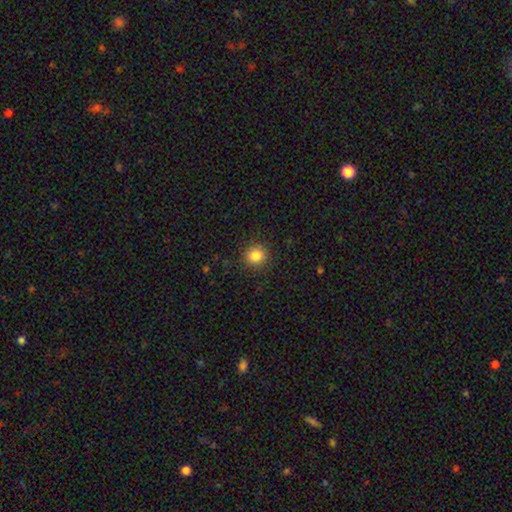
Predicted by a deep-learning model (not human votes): Smooth or featured?
  - smooth: 85% *
  - star or artifact: 11%
  - featured or disk: 5%
How rounded?
  - round: 90% *
  - in between: 9%
  - cigar-shaped: 1%
Merging?
  - none: 90% *
  - minor disturbance: 7%
  - major disturbance: 2%
  - merger: 1%